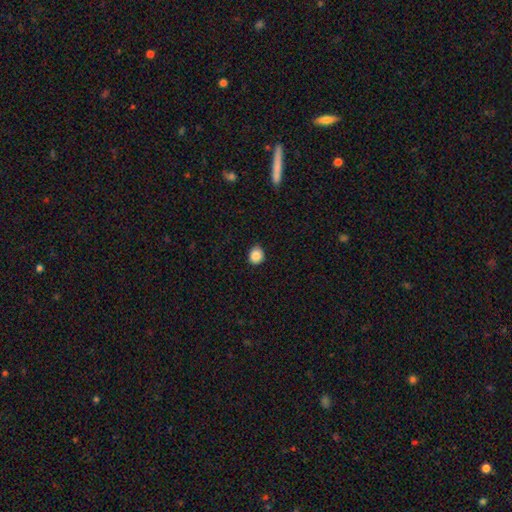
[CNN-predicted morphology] smooth-or-featured: smooth: 87% | star or artifact: 9% | featured or disk: 4%
  how-rounded: round: 73% | in between: 26% | cigar-shaped: 1%
  merging: none: 85% | minor disturbance: 12% | major disturbance: 2% | merger: 1%